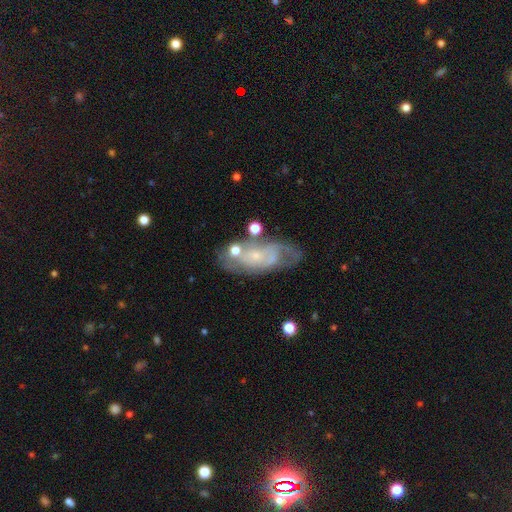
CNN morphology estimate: A featured or disk galaxy (68%) with no bar (73%), spiral arms (71%) and a small central bulge (71%).

Vote fractions:
- Smooth or featured? featured or disk: 68% / smooth: 24% / star or artifact: 8%
- Edge-on disk? no: 92% / yes: 8%
- Bar? no: 73% / weak: 23% / strong: 4%
- Spiral arms? yes: 71% / no: 29%
- Bulge size? small: 71% / moderate: 15% / none: 12% / large: 1% / dominant: 1%
- Merging? none: 54% / minor disturbance: 23% / major disturbance: 13% / merger: 9%